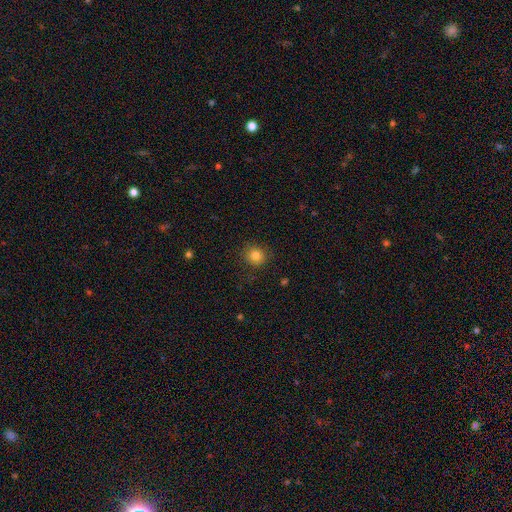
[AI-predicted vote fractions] Smooth or featured? smooth (82%)
How rounded? round (88%)
Merging? none (87%)